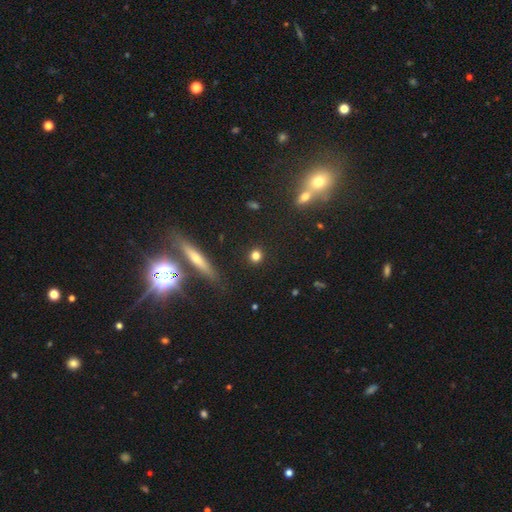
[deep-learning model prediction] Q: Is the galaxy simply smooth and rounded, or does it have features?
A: smooth — 80%.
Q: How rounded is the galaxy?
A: round — 89%.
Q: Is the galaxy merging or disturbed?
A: none — 90%.